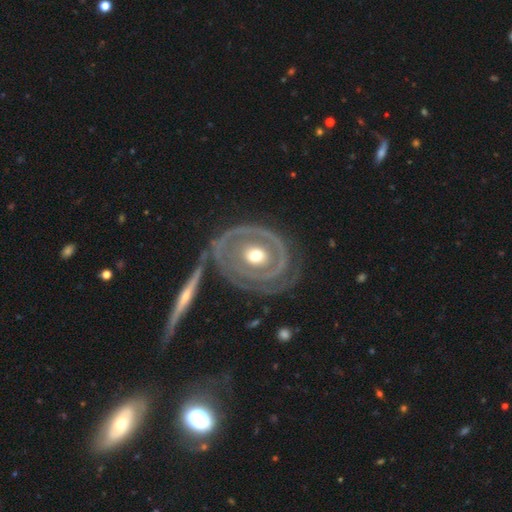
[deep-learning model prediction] Smooth or featured: featured or disk — 81% (smooth — 15%)
Edge-on disk: no — 96% (yes — 4%)
Bar: no — 80% (weak — 13%)
Spiral arms: yes — 63% (no — 37%)
Bulge size: moderate — 68% (small — 21%)
Merging: none — 59% (minor disturbance — 18%)